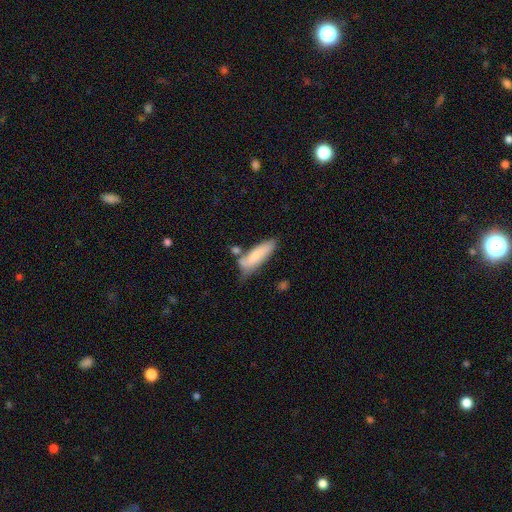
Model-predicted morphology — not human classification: Smooth or featured: smooth — 75% (featured or disk — 19%)
How rounded: cigar-shaped — 51% (in between — 47%)
Merging: none — 46% (minor disturbance — 27%)